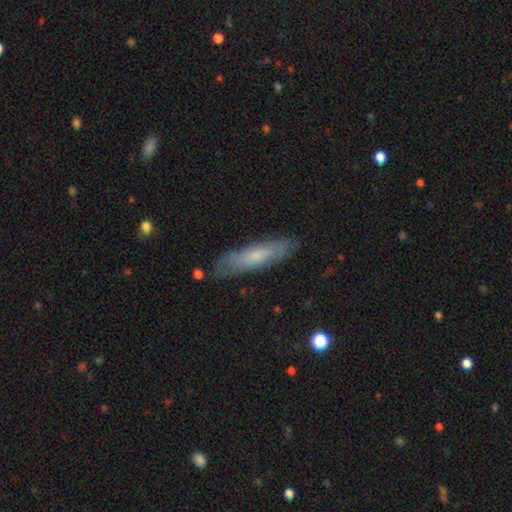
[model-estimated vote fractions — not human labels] A smooth galaxy with no disk features (55%) that is cigar-shaped (71%). Merging: none (79%).